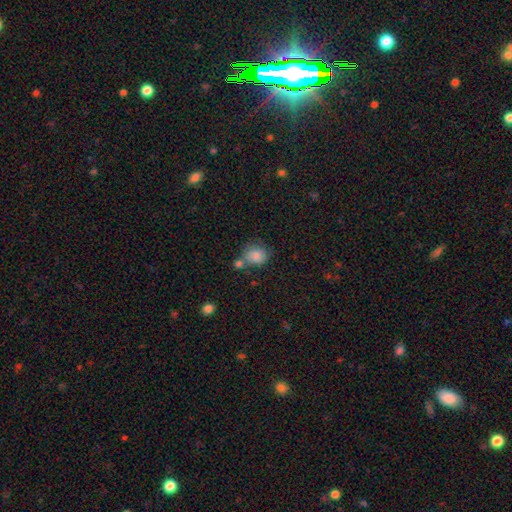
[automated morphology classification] Smooth or featured: smooth — 83% (star or artifact — 9%)
How rounded: round — 70% (in between — 29%)
Merging: none — 51% (merger — 24%)